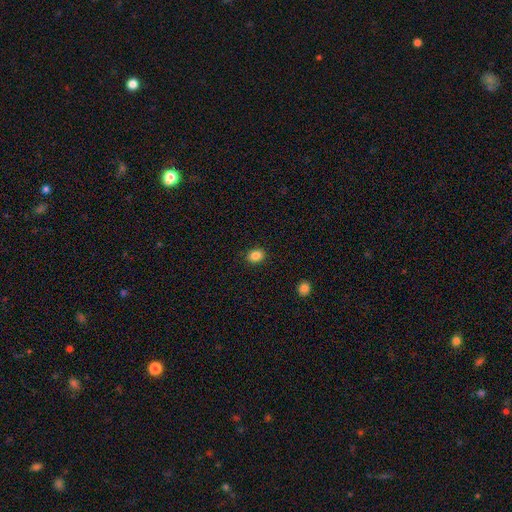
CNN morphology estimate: A smooth galaxy with no disk features (86%) that is in between round and cigar-shaped (52%). Merging: none (89%).